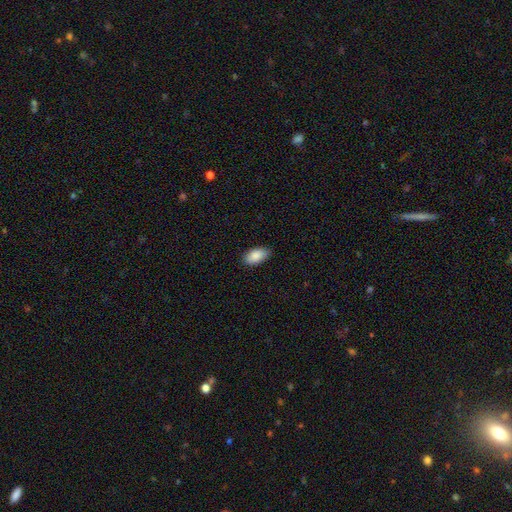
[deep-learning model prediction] A smooth galaxy with no disk features (88%) that is in between round and cigar-shaped (95%). Merging: none (83%).